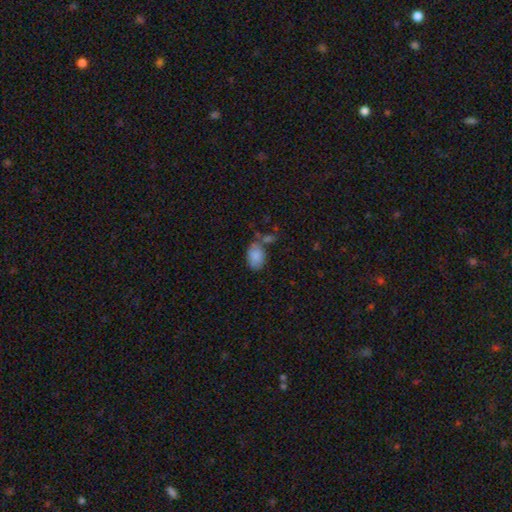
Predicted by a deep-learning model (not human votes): This is clearly a smooth galaxy (84%). How rounded: clearly in between (85%). Merging: possibly none (56%).